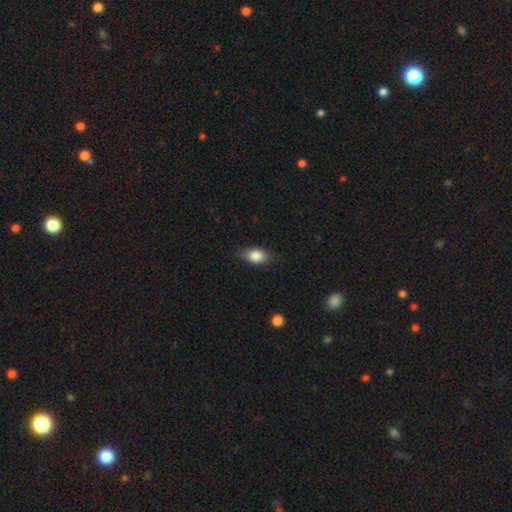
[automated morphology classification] smooth_or_featured: smooth (p=0.83) [alt: featured or disk p=0.10]
how_rounded: in between (p=0.83) [alt: round p=0.14]
merging: none (p=0.81) [alt: minor disturbance p=0.15]